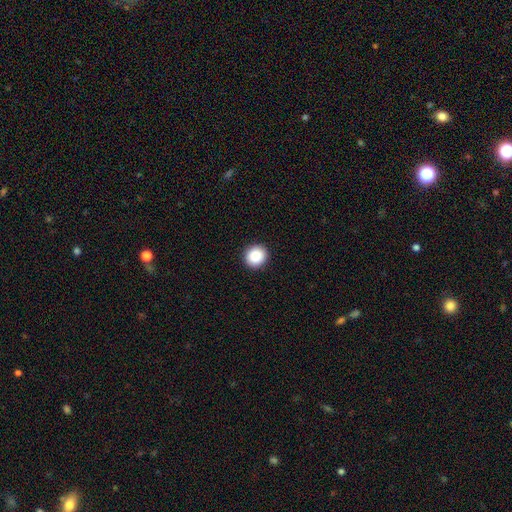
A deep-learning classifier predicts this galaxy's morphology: This appears to be a smooth galaxy with no disk features (88%) that is round (89%). Merging: none (93%).